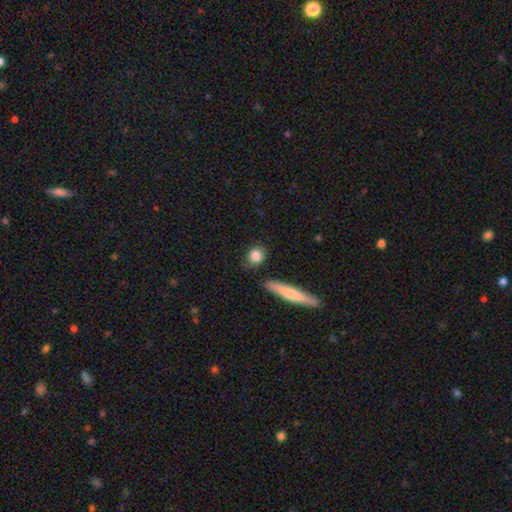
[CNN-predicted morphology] type=smooth (84%); roundness=round (67%); merging=none (79%).